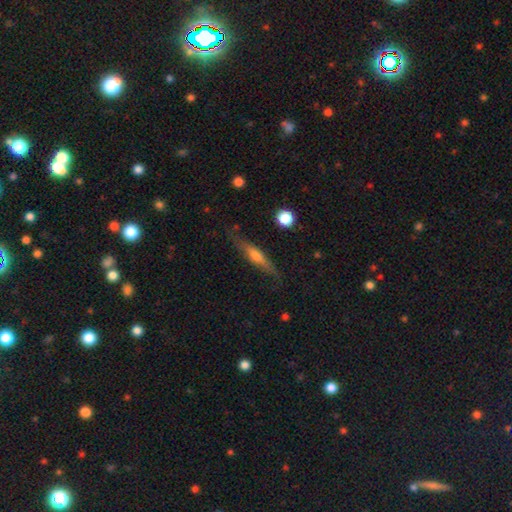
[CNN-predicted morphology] smooth-or-featured: featured or disk: 57% | smooth: 37% | star or artifact: 7%
  disk-edge-on: yes: 94% | no: 6%
    edge-on-bulge: rounded: 79% | none: 12% | boxy: 9%
  merging: none: 82% | minor disturbance: 14% | major disturbance: 3% | merger: 2%